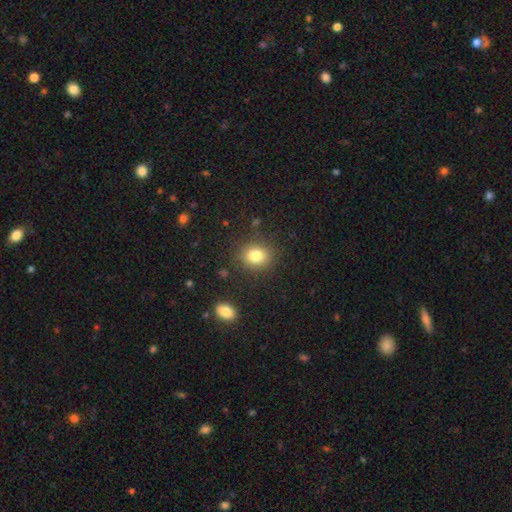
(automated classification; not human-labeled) smooth 81%, star or artifact 11%, featured or disk 8%. Down the decision tree: how rounded — round (64%); merging — none (86%).